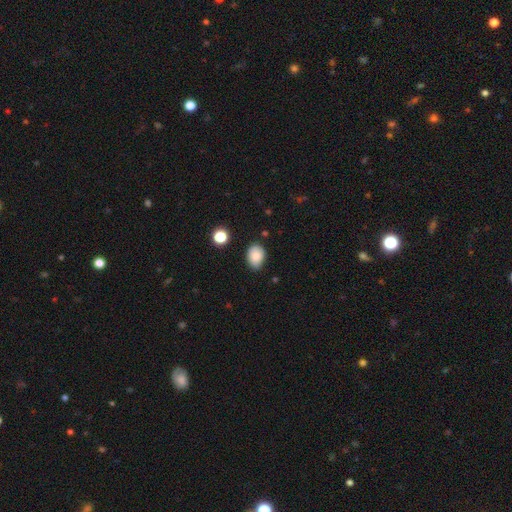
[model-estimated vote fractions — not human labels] Morphology: type=smooth (84%); roundness=in between (74%); merging=none (77%).